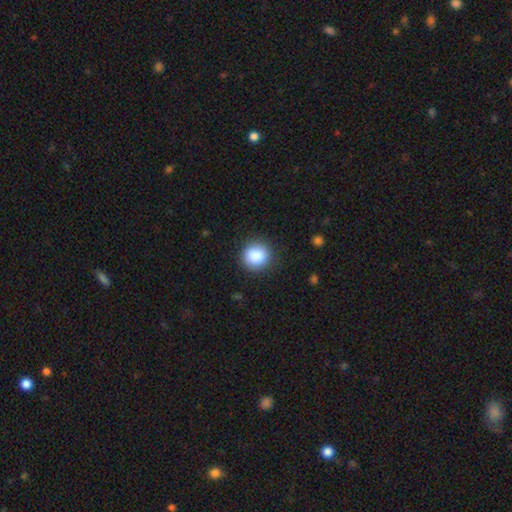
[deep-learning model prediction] Overall: smooth (88%). How rounded: round (89%). Merging: none (88%).